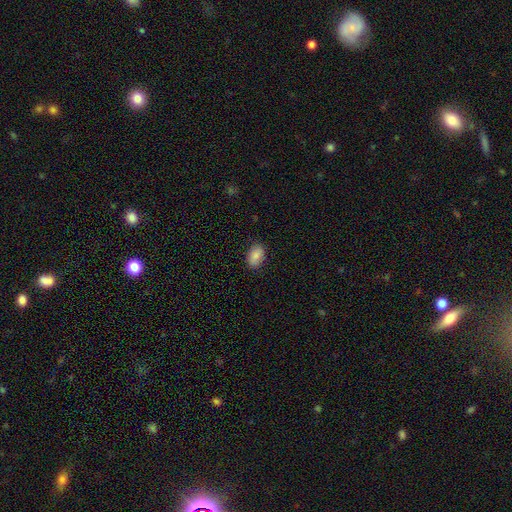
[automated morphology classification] Q: Smooth or featured?
A: smooth (86%); runner-up: star or artifact (7%)
Q: How rounded?
A: in between (89%); runner-up: round (10%)
Q: Merging?
A: none (87%); runner-up: minor disturbance (10%)